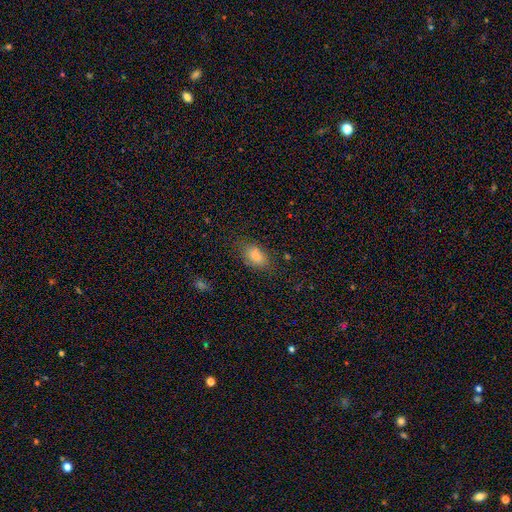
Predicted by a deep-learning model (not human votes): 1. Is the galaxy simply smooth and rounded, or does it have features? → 84% smooth, 10% star or artifact, 6% featured or disk.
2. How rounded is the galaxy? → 89% in between, 8% round, 3% cigar-shaped.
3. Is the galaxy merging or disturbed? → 73% none, 18% minor disturbance, 6% major disturbance, 2% merger.